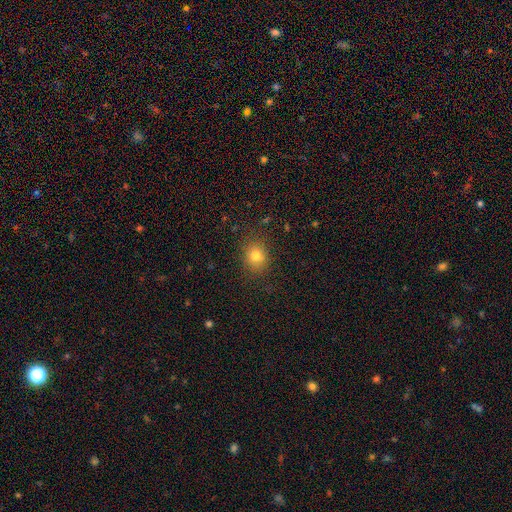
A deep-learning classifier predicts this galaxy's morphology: smooth_or_featured: smooth (p=0.78) [alt: star or artifact p=0.13]
how_rounded: round (p=0.61) [alt: in between p=0.38]
merging: none (p=0.83) [alt: minor disturbance p=0.11]